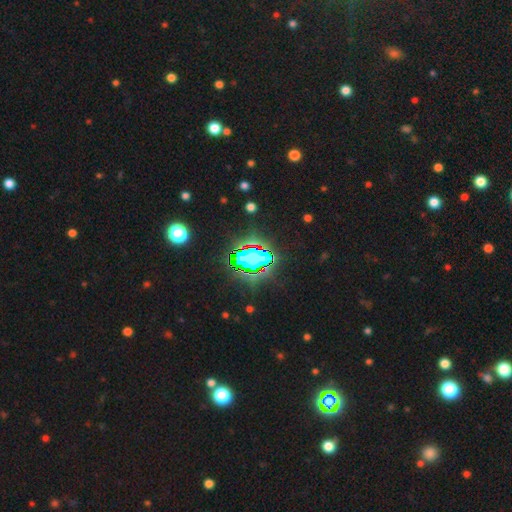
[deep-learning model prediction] smooth-or-featured: star or artifact: 72% | smooth: 16% | featured or disk: 12%